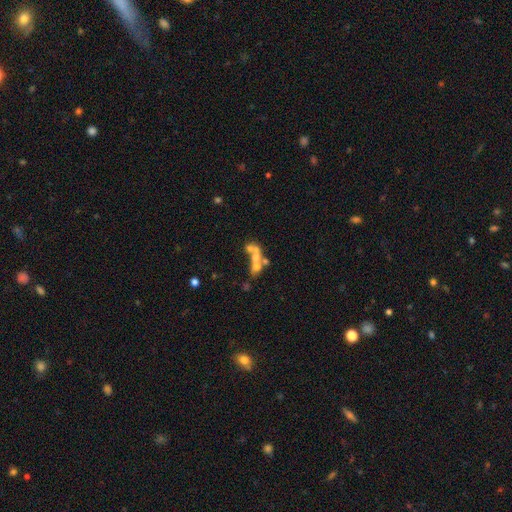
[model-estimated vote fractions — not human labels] smooth_or_featured: featured or disk (p=0.46) [alt: smooth p=0.37]
merging: merger (p=0.57) [alt: none p=0.22]